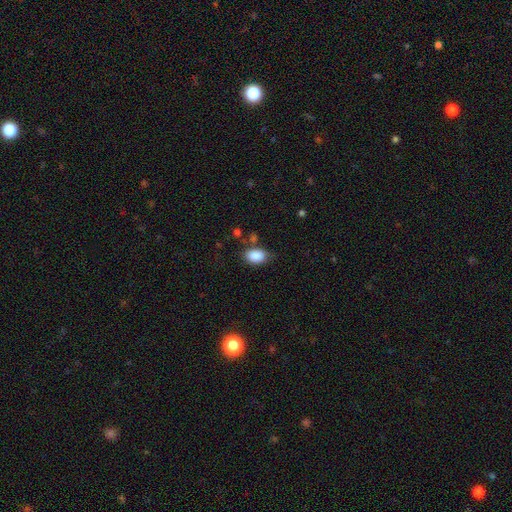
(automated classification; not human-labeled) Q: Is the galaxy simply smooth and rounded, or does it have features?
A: smooth — 88%.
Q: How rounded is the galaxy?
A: in between — 84%.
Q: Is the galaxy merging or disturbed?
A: none — 73%.